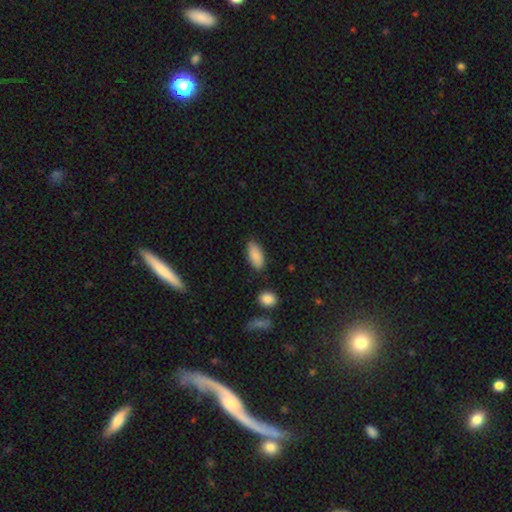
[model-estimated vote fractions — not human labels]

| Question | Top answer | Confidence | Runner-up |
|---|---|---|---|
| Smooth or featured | smooth | 84% | featured or disk (9%) |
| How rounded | in between | 89% | cigar-shaped (8%) |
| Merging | none | 79% | minor disturbance (15%) |